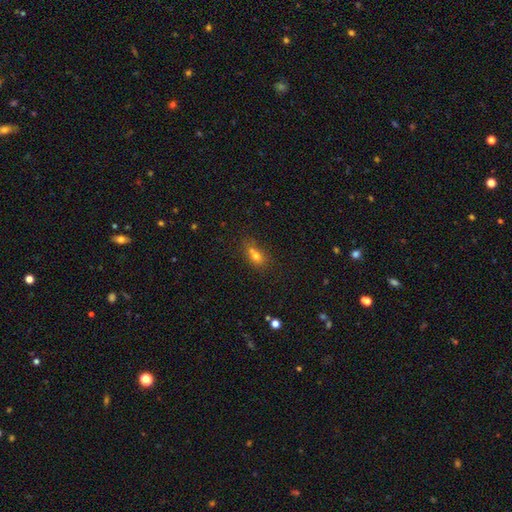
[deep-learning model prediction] Smooth or featured: smooth — 67% (star or artifact — 17%)
How rounded: in between — 57% (round — 38%)
Merging: merger — 41% (none — 40%)